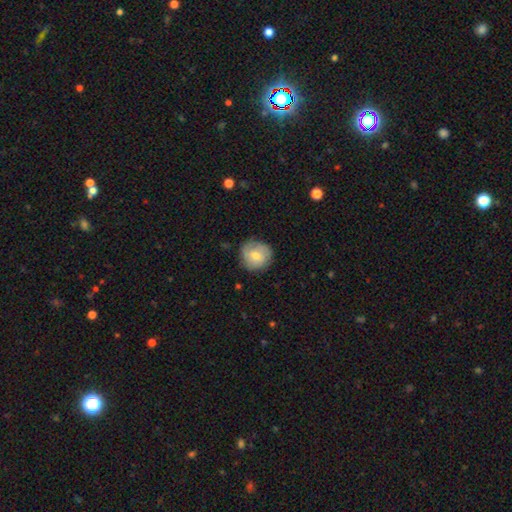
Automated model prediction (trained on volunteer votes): smooth 61%, featured or disk 32%, star or artifact 7%. Down the decision tree: how rounded — round (91%); merging — none (79%).